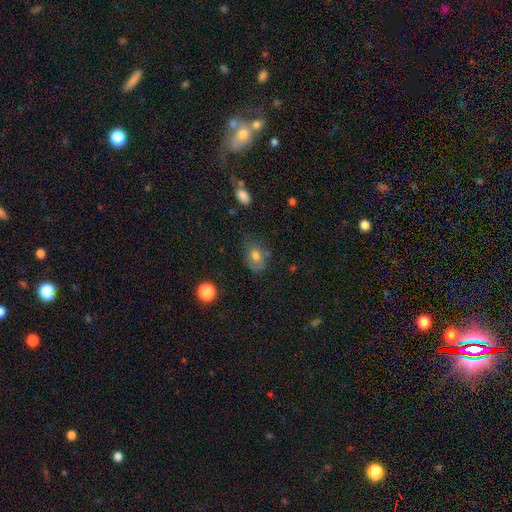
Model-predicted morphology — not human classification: Smooth or featured? Predicted: smooth (p=0.71). How rounded? Predicted: in between (p=0.70). Merging? Predicted: none (p=0.57).